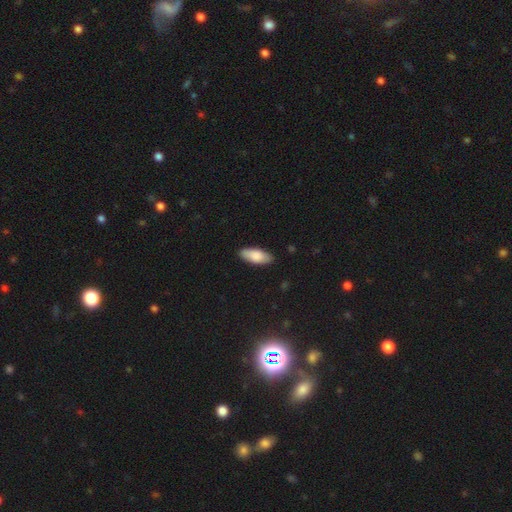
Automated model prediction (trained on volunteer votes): Smooth or featured: smooth — 83% (featured or disk — 11%)
How rounded: in between — 83% (cigar-shaped — 15%)
Merging: none — 86% (minor disturbance — 11%)